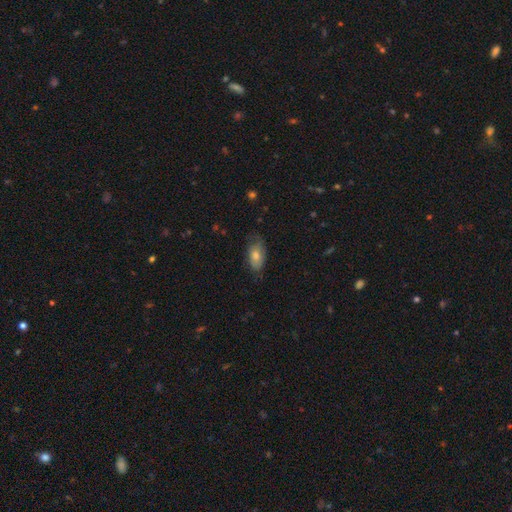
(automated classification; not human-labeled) A smooth galaxy with no disk features (65%) that is in between round and cigar-shaped (90%).

Vote fractions:
- Smooth or featured? smooth: 65% / featured or disk: 26% / star or artifact: 9%
- How rounded? in between: 90% / cigar-shaped: 5% / round: 5%
- Merging? none: 70% / minor disturbance: 23% / major disturbance: 6% / merger: 1%